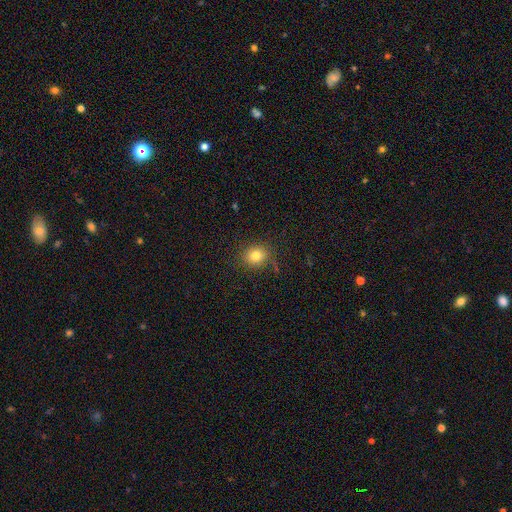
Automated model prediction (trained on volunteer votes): Smooth or featured? Predicted: smooth (p=0.80). How rounded? Predicted: round (p=0.73). Merging? Predicted: none (p=0.83).